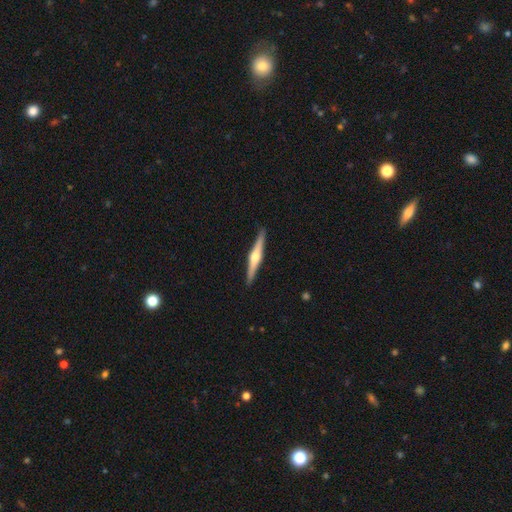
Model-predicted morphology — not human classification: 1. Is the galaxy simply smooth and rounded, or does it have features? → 75% featured or disk, 20% smooth, 5% star or artifact.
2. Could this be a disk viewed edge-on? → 98% yes, 2% no.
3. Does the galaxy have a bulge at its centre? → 92% rounded, 5% boxy, 3% none.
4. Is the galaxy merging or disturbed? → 92% none, 6% minor disturbance, 1% major disturbance, 1% merger.